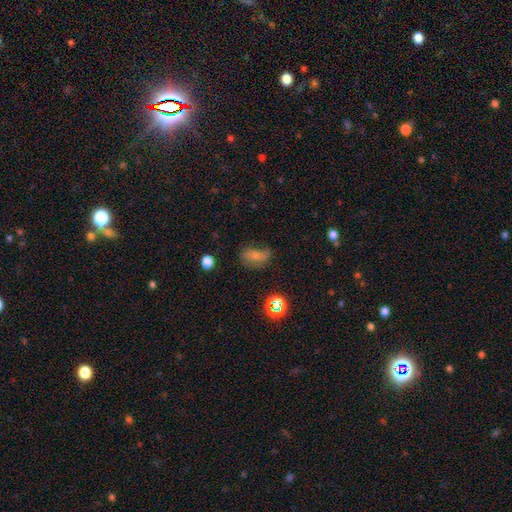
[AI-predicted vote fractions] Smooth or featured: smooth — 55% (featured or disk — 29%)
How rounded: in between — 82% (round — 15%)
Merging: none — 48% (minor disturbance — 30%)